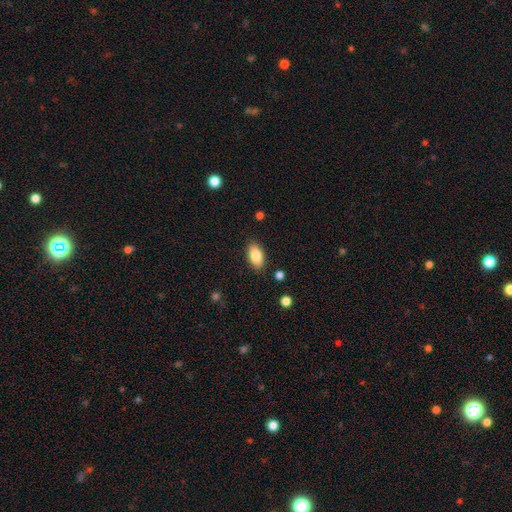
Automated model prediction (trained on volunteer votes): smooth_or_featured: smooth (p=0.82) [alt: featured or disk p=0.11]
how_rounded: in between (p=0.92) [alt: round p=0.04]
merging: none (p=0.86) [alt: minor disturbance p=0.10]